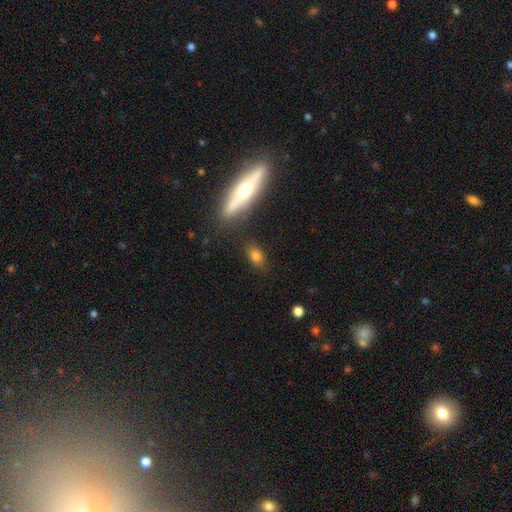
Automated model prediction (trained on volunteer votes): Smooth or featured? Predicted: smooth (p=0.77). How rounded? Predicted: in between (p=0.77). Merging? Predicted: none (p=0.77).